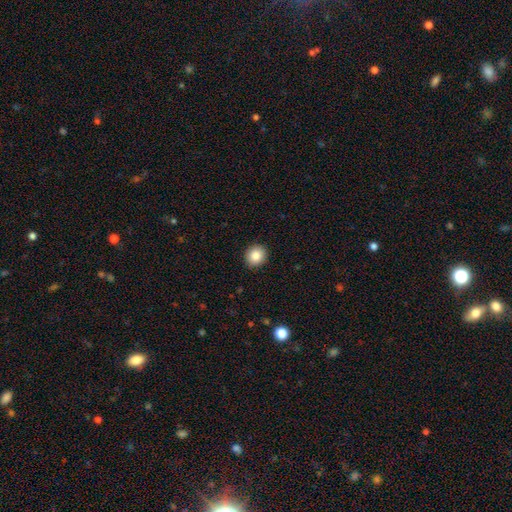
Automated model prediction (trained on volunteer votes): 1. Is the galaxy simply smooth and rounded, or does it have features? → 85% smooth, 9% star or artifact, 6% featured or disk.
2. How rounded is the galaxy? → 79% round, 20% in between, 1% cigar-shaped.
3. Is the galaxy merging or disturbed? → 92% none, 6% minor disturbance, 2% major disturbance, 1% merger.